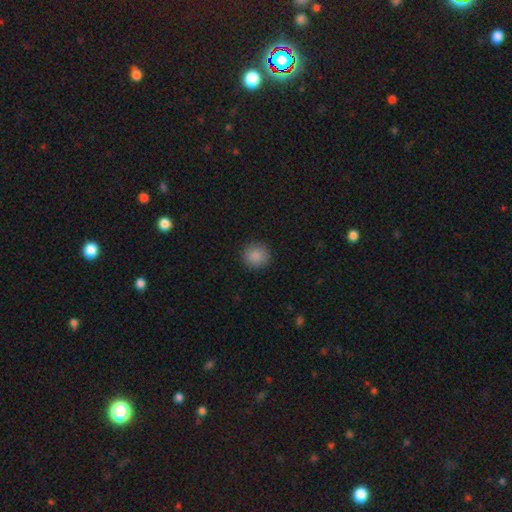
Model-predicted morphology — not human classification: Smooth or featured?
  - smooth: 88% *
  - star or artifact: 9%
  - featured or disk: 3%
How rounded?
  - round: 93% *
  - in between: 6%
  - cigar-shaped: 1%
Merging?
  - none: 91% *
  - minor disturbance: 6%
  - major disturbance: 2%
  - merger: 1%